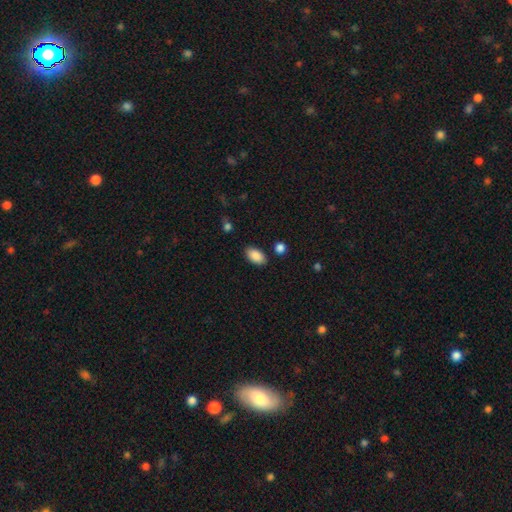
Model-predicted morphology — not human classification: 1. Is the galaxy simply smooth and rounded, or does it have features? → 89% smooth, 7% star or artifact, 4% featured or disk.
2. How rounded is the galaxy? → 93% in between, 5% round, 2% cigar-shaped.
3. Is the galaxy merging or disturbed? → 85% none, 10% minor disturbance, 3% merger, 3% major disturbance.